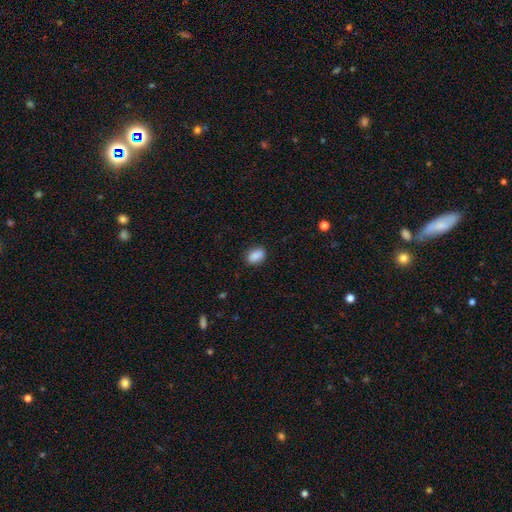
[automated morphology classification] This appears to be a smooth galaxy with no disk features (88%) that is in between round and cigar-shaped (80%). Merging: none (84%).